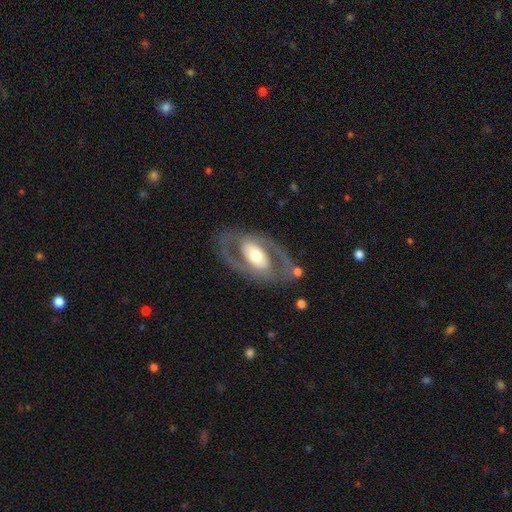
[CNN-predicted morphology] The model was most divided on "spiral arms": yes: 55%, no: 45%. Remaining: edge-on disk — no (92%); merging — none (76%); smooth or featured — featured or disk (74%); bulge size — moderate (61%); bar — no (45%).